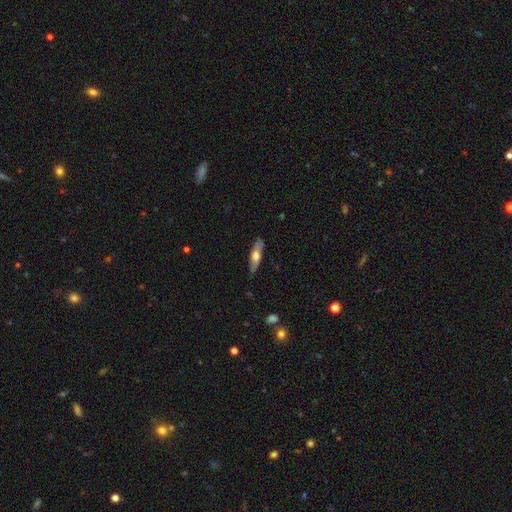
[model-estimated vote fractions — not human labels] Smooth or featured? smooth (50%)
Merging? none (83%)